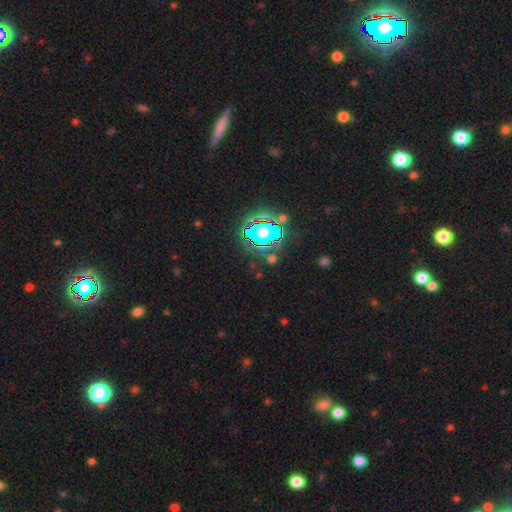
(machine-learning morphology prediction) smooth-or-featured: star or artifact: 77% | smooth: 14% | featured or disk: 9%